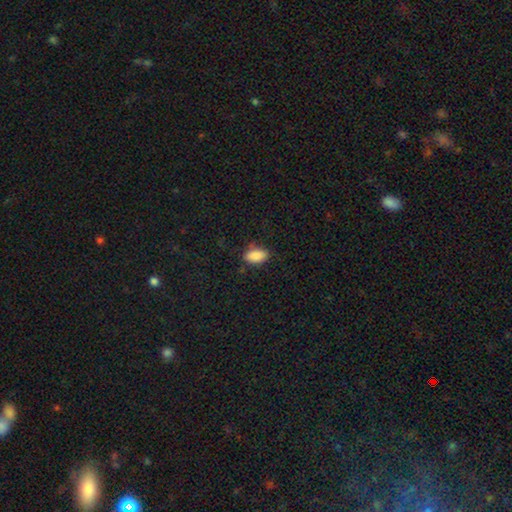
smooth-or-featured: smooth: 79% | featured or disk: 16% | star or artifact: 5%
  how-rounded: in between: 90% | cigar-shaped: 7% | round: 3%
  merging: none: 83% | minor disturbance: 17% | major disturbance: 0% | merger: 0%